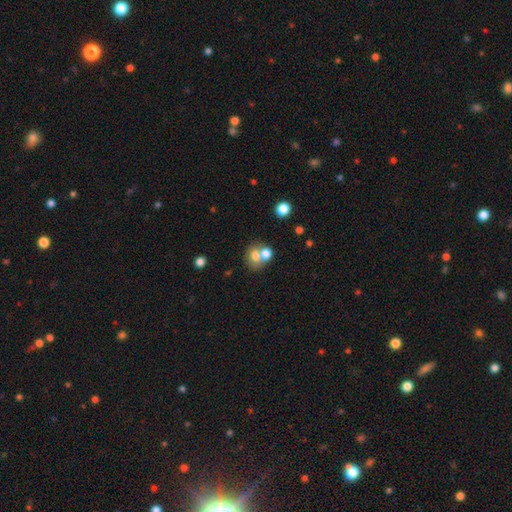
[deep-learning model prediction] A smooth galaxy with no disk features (72%) that is round (61%). Merging: merger (49%).